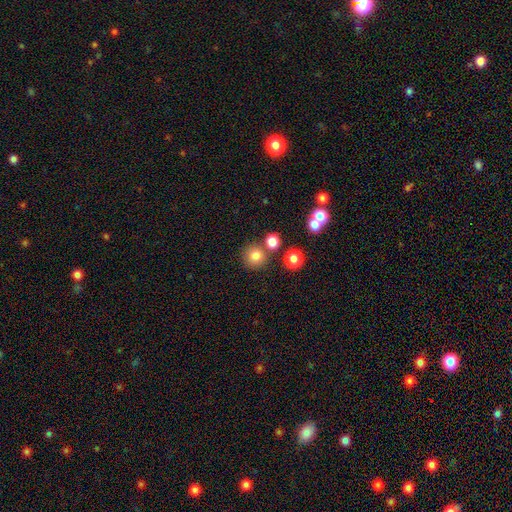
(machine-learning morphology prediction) Smooth or featured?
  - smooth: 79% *
  - star or artifact: 14%
  - featured or disk: 7%
How rounded?
  - round: 93% *
  - in between: 6%
  - cigar-shaped: 1%
Merging?
  - none: 77% *
  - merger: 12%
  - minor disturbance: 8%
  - major disturbance: 3%